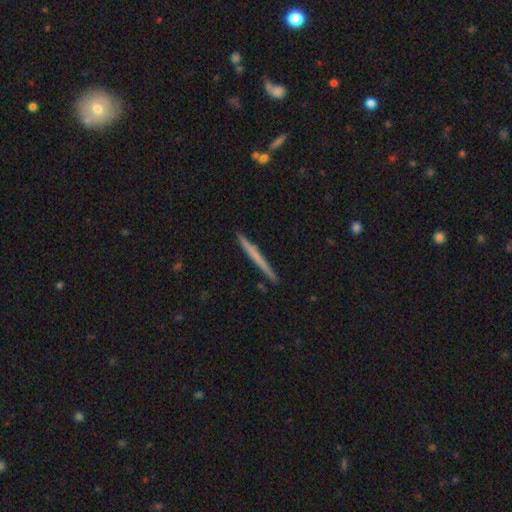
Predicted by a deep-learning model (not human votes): smooth-or-featured: smooth: 51% | featured or disk: 43% | star or artifact: 6%
  how-rounded: cigar-shaped: 97% | in between: 2% | round: 1%
  merging: none: 92% | minor disturbance: 5% | merger: 1% | major disturbance: 1%